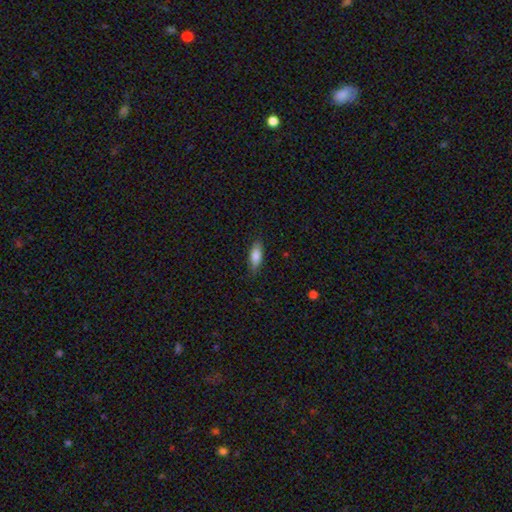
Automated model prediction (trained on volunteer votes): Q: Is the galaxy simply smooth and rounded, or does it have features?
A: smooth — 84%.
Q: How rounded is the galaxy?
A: in between — 72%.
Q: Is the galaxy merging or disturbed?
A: none — 82%.